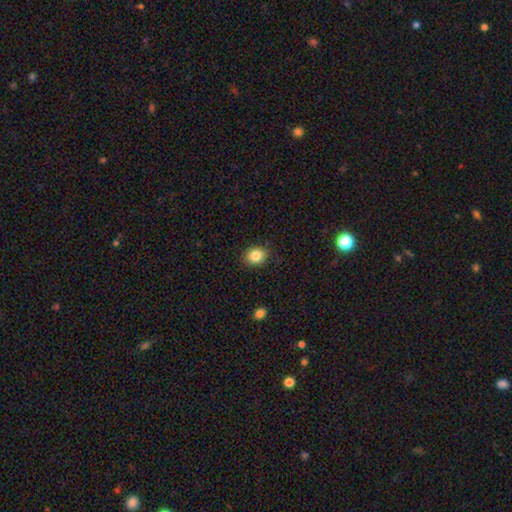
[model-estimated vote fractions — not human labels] This appears to be a smooth galaxy with no disk features (84%) that is round (62%). Merging: none (86%).